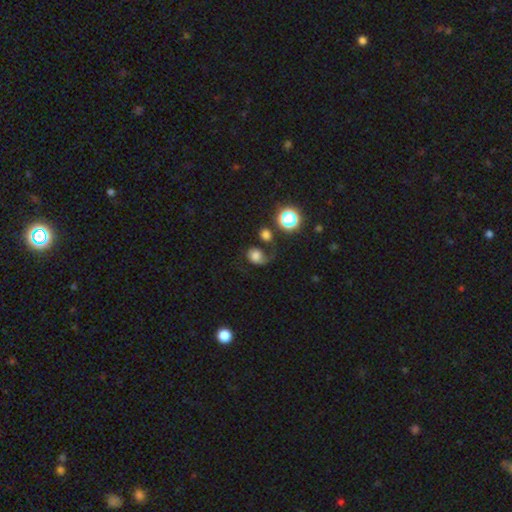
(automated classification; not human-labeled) A smooth galaxy with no disk features (58%) that is round (55%). Merging: none (36%).